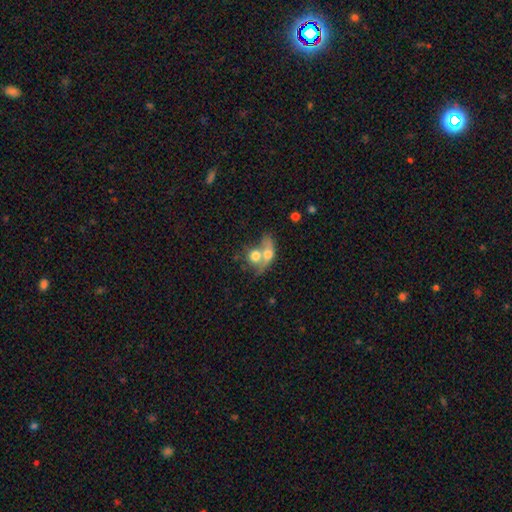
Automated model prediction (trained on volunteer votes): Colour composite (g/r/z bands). It shows a smooth galaxy with no disk features (62%) that is round (48%). Merging: merger (70%).